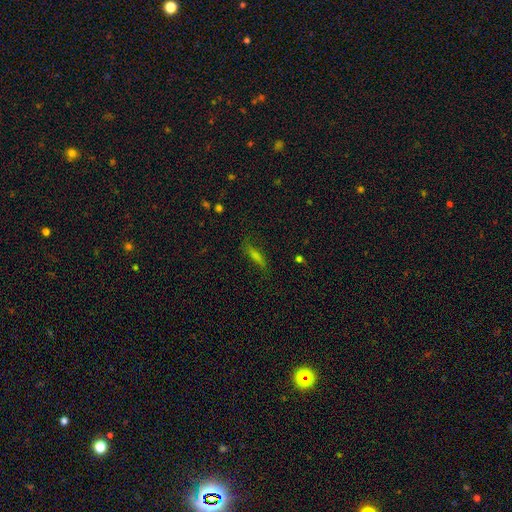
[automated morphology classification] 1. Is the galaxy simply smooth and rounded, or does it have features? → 49% smooth, 31% featured or disk, 20% star or artifact.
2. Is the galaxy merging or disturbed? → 74% none, 17% minor disturbance, 7% major disturbance, 2% merger.